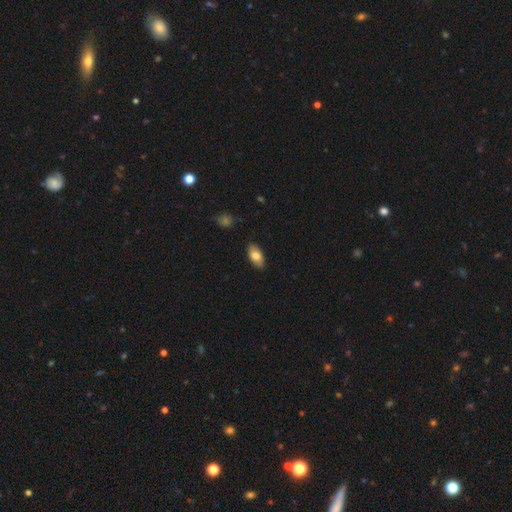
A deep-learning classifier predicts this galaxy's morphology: smooth 79%, featured or disk 14%, star or artifact 6%. Down the decision tree: how rounded — in between (93%); merging — none (87%).